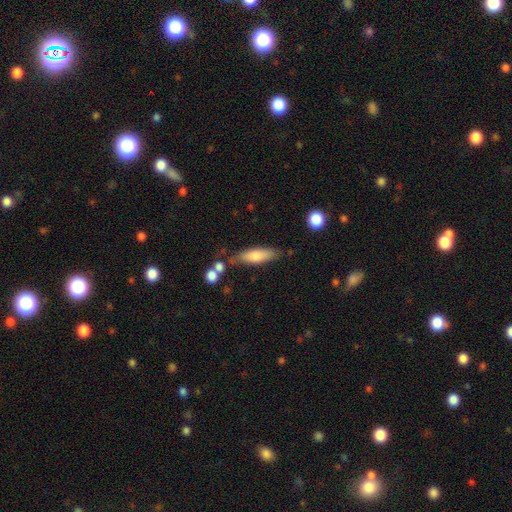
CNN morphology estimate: A smooth galaxy with no disk features (69%) that is cigar-shaped (56%).

Vote fractions:
- Smooth or featured? smooth: 69% / featured or disk: 25% / star or artifact: 6%
- How rounded? cigar-shaped: 56% / in between: 42% / round: 2%
- Merging? none: 67% / minor disturbance: 19% / merger: 9% / major disturbance: 5%